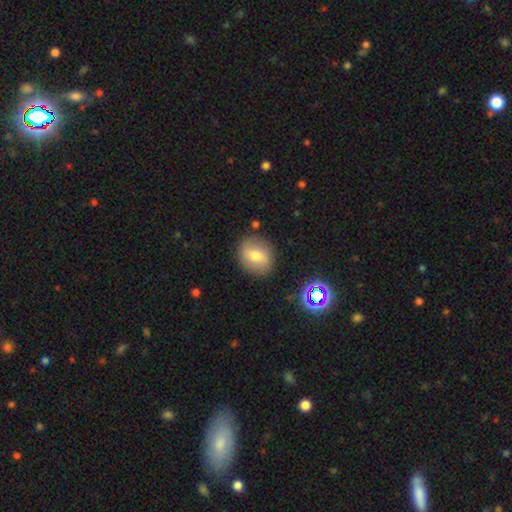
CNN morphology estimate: type=smooth (62%); roundness=round (71%); merging=none (84%).